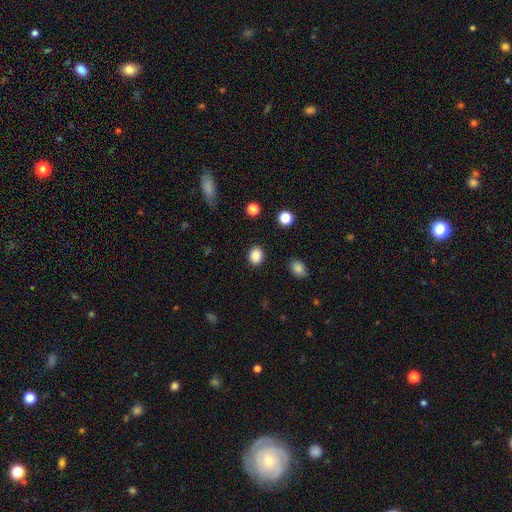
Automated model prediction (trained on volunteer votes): This is clearly a smooth galaxy (88%). How rounded: possibly round (55%). Merging: clearly none (89%).